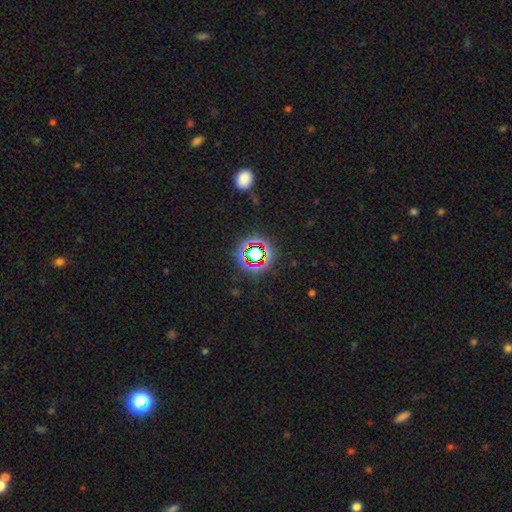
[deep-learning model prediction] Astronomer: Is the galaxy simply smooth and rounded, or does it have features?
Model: star or artifact — 69%.